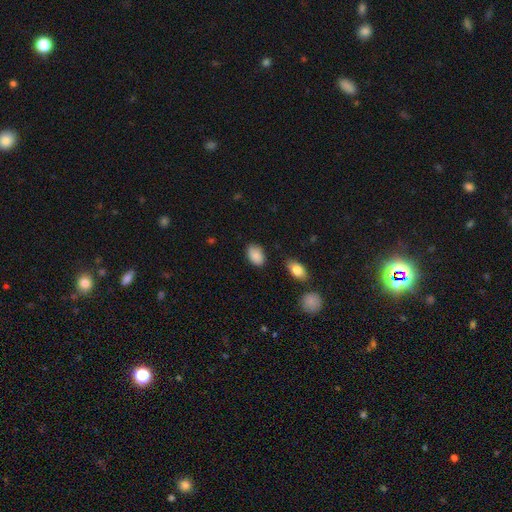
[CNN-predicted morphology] smooth_or_featured: smooth (p=0.88) [alt: star or artifact p=0.07]
how_rounded: in between (p=0.87) [alt: round p=0.12]
merging: none (p=0.81) [alt: minor disturbance p=0.14]